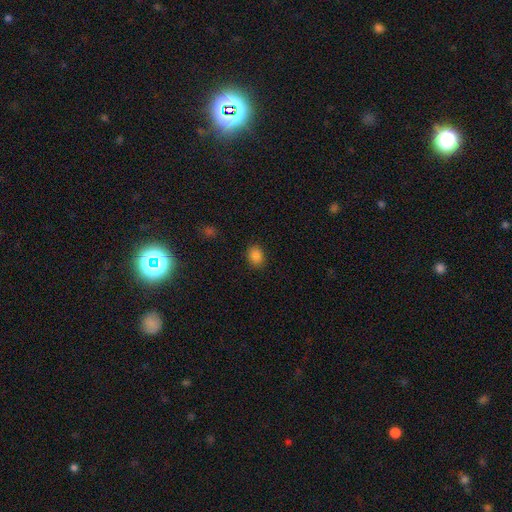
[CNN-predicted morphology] Smooth or featured?
  - smooth: 85% *
  - star or artifact: 10%
  - featured or disk: 4%
How rounded?
  - in between: 57% *
  - round: 42%
  - cigar-shaped: 1%
Merging?
  - none: 88% *
  - minor disturbance: 9%
  - major disturbance: 2%
  - merger: 1%